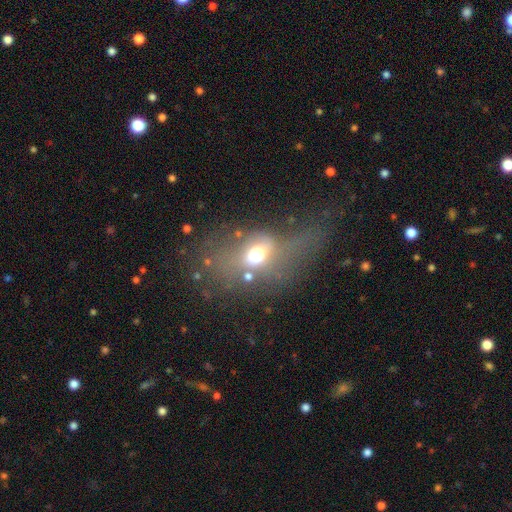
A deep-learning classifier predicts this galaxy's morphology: Smooth or featured? smooth (44%)
Merging? major disturbance (40%)